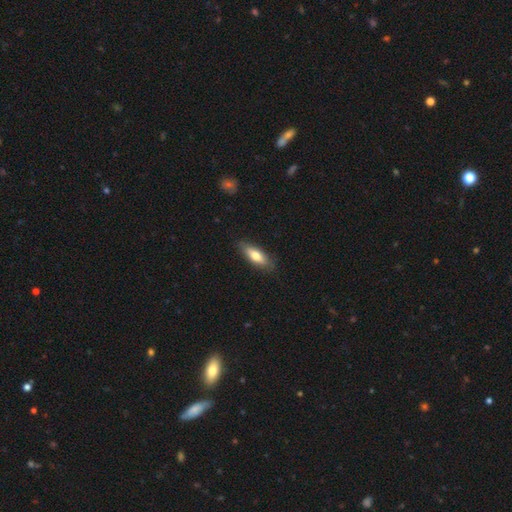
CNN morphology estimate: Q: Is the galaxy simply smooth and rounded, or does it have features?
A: smooth — 70%.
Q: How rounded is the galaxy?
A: in between — 54%.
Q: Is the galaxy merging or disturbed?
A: none — 84%.